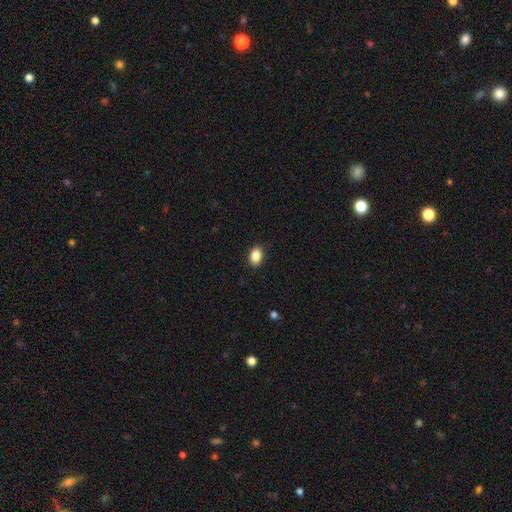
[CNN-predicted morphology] type=smooth (88%); roundness=in between (80%); merging=none (89%).